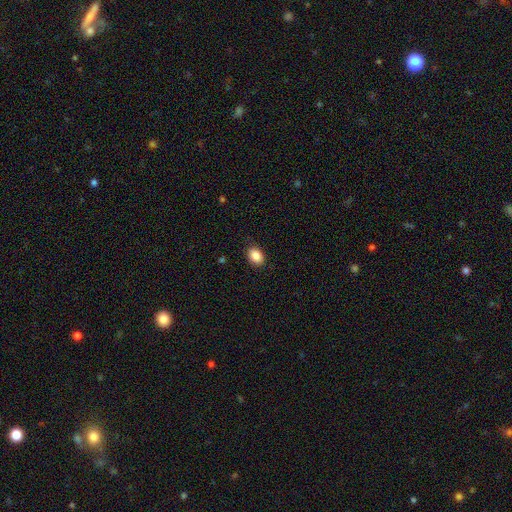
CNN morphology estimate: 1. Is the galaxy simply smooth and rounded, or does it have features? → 88% smooth, 8% star or artifact, 4% featured or disk.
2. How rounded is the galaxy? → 78% in between, 21% round, 1% cigar-shaped.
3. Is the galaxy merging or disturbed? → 86% none, 10% minor disturbance, 2% major disturbance, 1% merger.